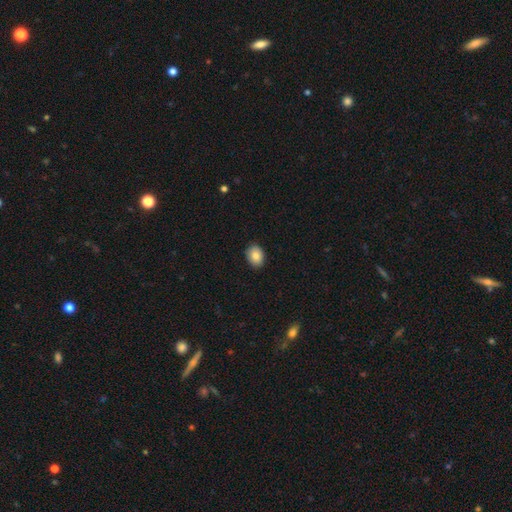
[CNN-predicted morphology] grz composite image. It shows a smooth galaxy with no disk features (84%) that is in between round and cigar-shaped (62%). Merging: none (89%).